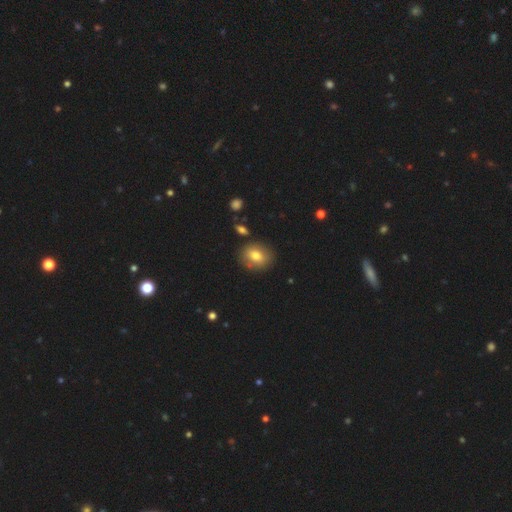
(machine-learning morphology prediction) Smooth or featured? smooth (75%)
How rounded? round (62%)
Merging? none (82%)